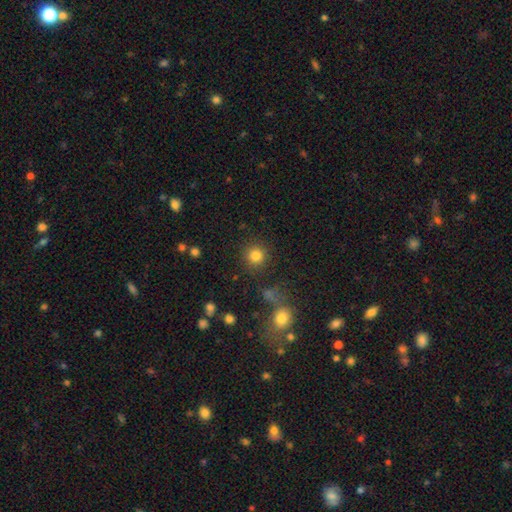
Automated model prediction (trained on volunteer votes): Smooth or featured? Predicted: smooth (p=0.82). How rounded? Predicted: round (p=0.93). Merging? Predicted: none (p=0.85).